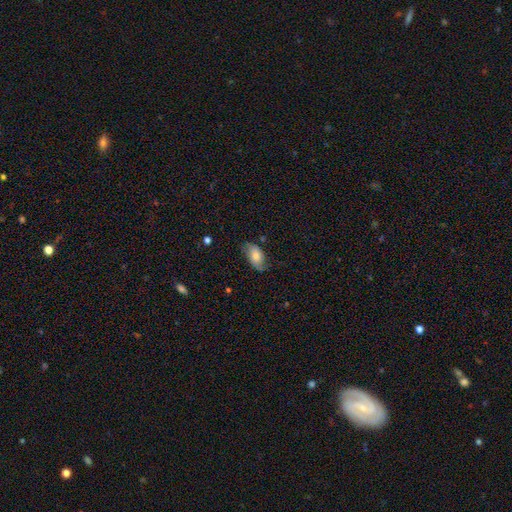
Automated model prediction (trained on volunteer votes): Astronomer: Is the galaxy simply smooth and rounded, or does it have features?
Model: smooth — 62%.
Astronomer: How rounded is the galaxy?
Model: in between — 91%.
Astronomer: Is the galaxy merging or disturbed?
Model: none — 63%.